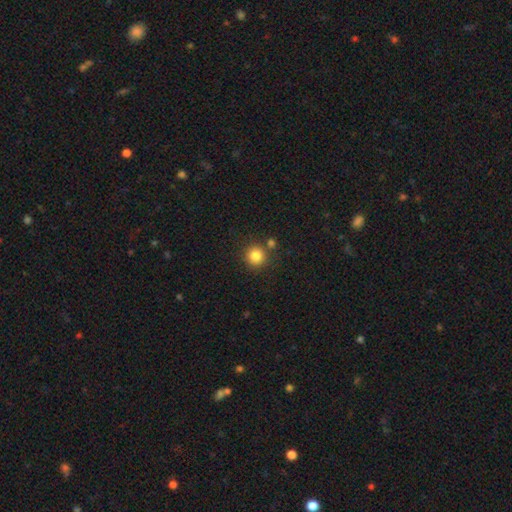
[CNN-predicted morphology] Smooth or featured? Predicted: smooth (p=0.83). How rounded? Predicted: round (p=0.94). Merging? Predicted: none (p=0.81).